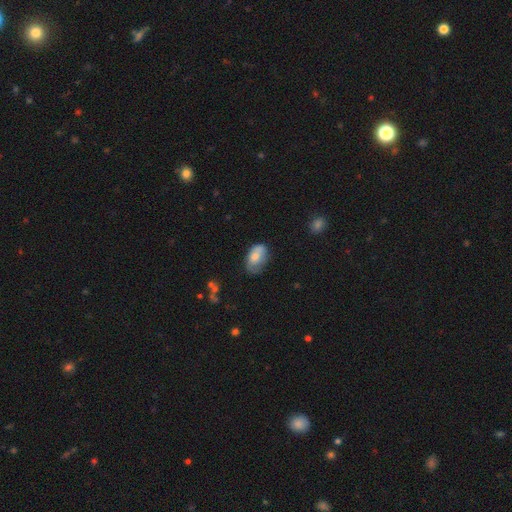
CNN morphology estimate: The model was most divided on "merging": none: 52%, minor disturbance: 34%, major disturbance: 11%, merger: 3%. More confident: how rounded — in between (90%); smooth or featured — smooth (65%).